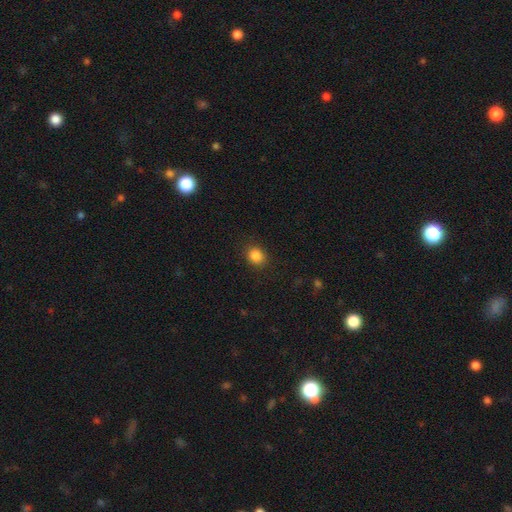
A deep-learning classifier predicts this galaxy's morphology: Smooth or featured? smooth (86%)
How rounded? round (73%)
Merging? none (88%)